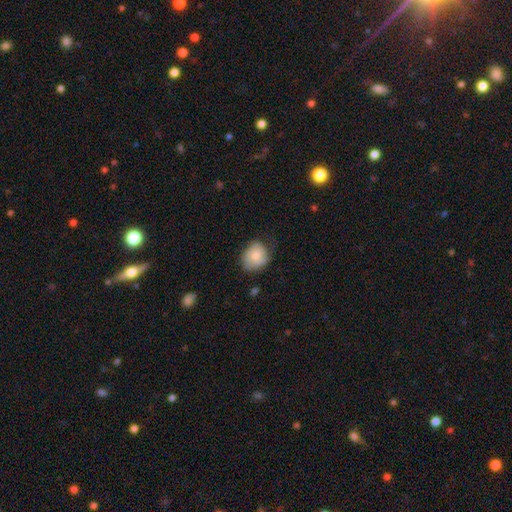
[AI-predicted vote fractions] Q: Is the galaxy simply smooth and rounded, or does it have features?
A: smooth — 74%.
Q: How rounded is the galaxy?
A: round — 63%.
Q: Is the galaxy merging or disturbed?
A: none — 61%.